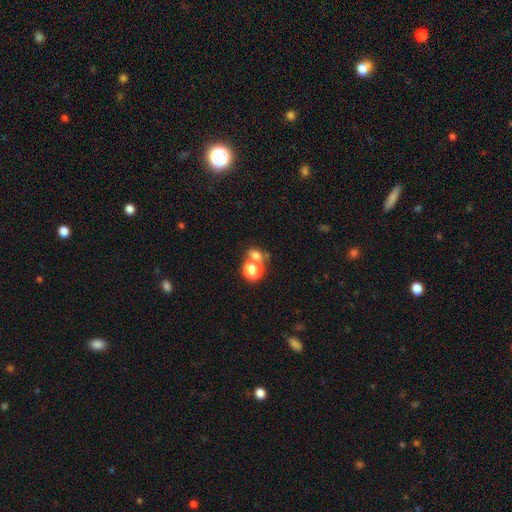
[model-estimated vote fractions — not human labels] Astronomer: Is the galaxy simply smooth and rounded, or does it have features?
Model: smooth — 68%.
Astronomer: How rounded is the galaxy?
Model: round — 61% (runner-up: in between, 38%).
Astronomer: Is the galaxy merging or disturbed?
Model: none — 49% (runner-up: merger, 37%).